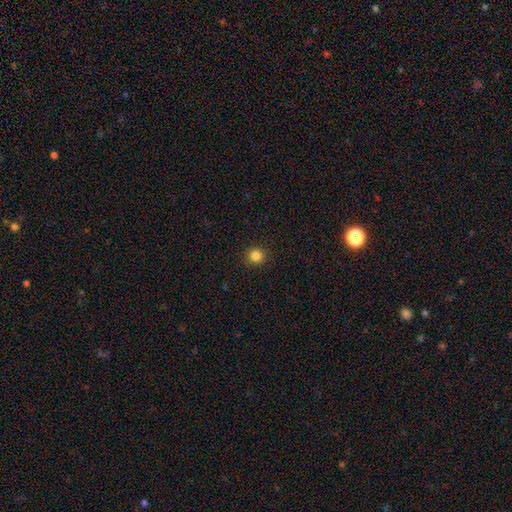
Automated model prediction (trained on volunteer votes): Smooth or featured? Predicted: smooth (p=0.84). How rounded? Predicted: round (p=0.93). Merging? Predicted: none (p=0.92).